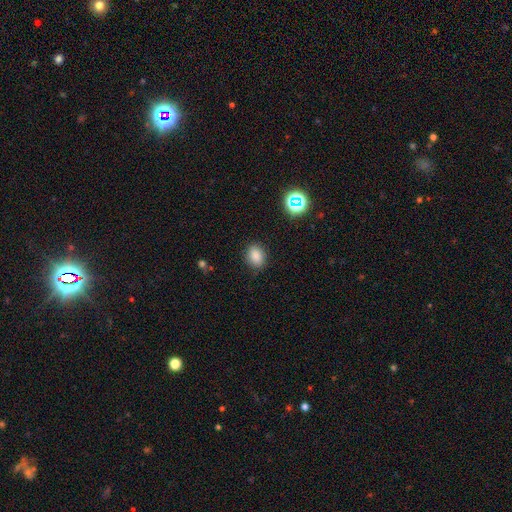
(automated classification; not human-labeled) smooth 83%, star or artifact 12%, featured or disk 5%. Down the decision tree: how rounded — in between (61%); merging — none (85%).